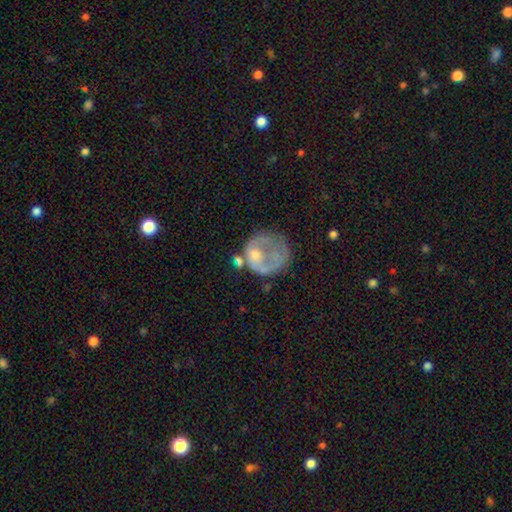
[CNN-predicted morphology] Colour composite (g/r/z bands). It shows a featured or disk galaxy (47%). Merging: none (48%).